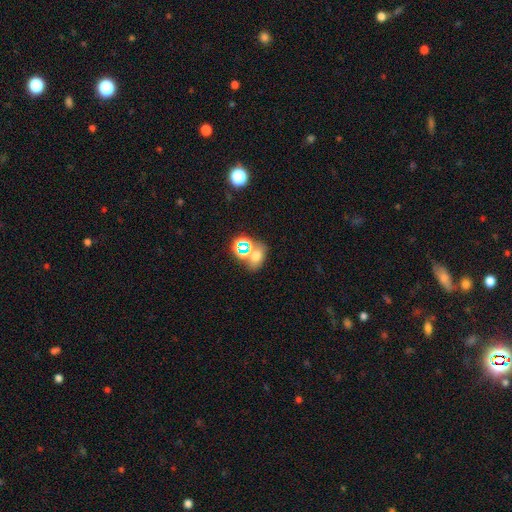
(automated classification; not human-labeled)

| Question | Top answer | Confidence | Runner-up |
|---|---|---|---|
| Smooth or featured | smooth | 57% | star or artifact (29%) |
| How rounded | in between | 68% | round (31%) |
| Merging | none | 53% | merger (31%) |